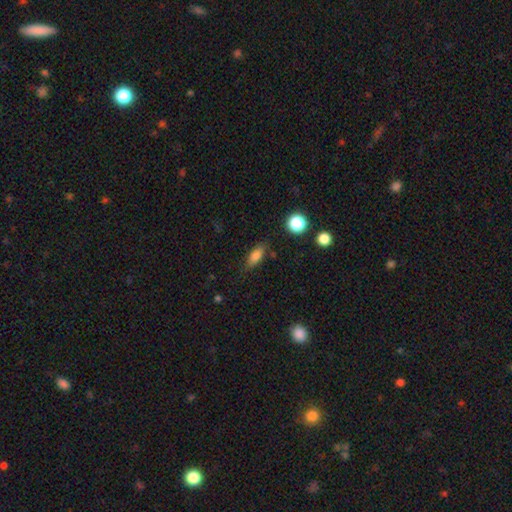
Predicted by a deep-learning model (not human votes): Morphology: type=smooth (80%); roundness=in between (77%); merging=none (75%).